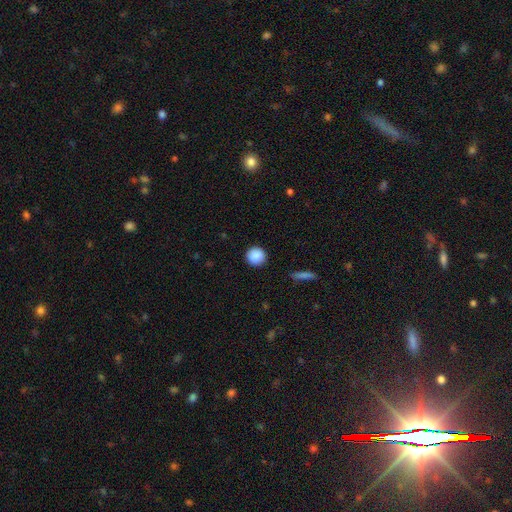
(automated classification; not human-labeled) Morphology: type=smooth (89%); roundness=round (94%); merging=none (91%).